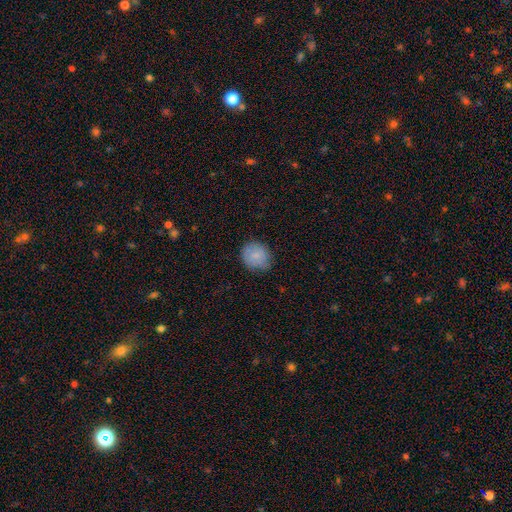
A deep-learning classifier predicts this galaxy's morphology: Smooth or featured? Predicted: smooth (p=0.83). How rounded? Predicted: round (p=0.80). Merging? Predicted: none (p=0.75).